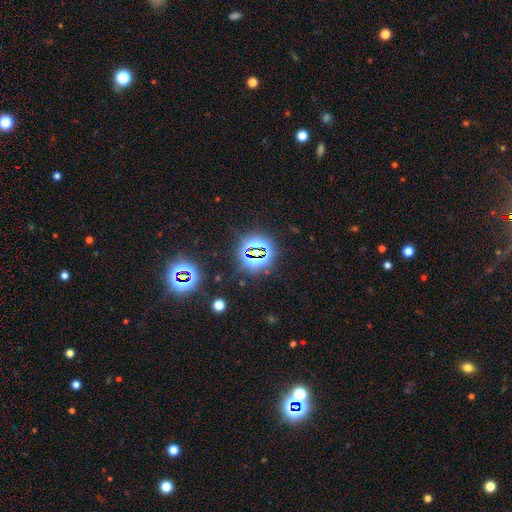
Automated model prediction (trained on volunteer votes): Morphology: type=star or artifact (77%).